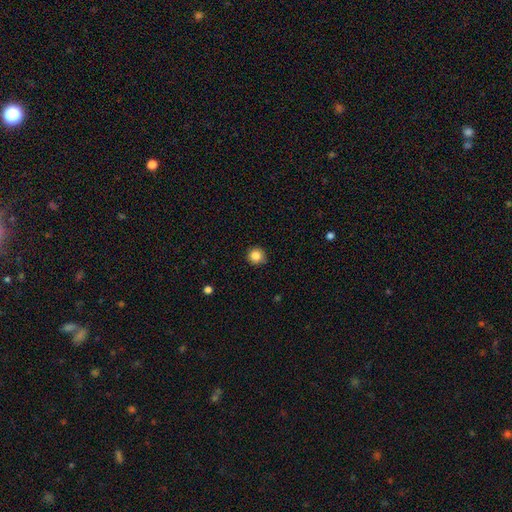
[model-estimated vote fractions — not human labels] Smooth or featured? smooth (84%)
How rounded? round (95%)
Merging? none (89%)